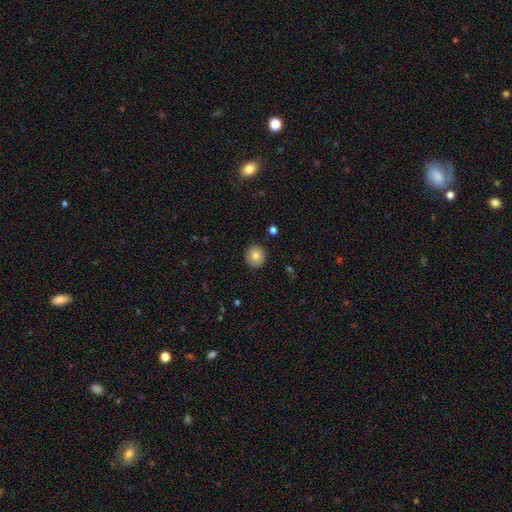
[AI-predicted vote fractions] A smooth galaxy with no disk features (82%) that is round (90%).

Vote fractions:
- Smooth or featured? smooth: 82% / featured or disk: 9% / star or artifact: 9%
- How rounded? round: 90% / in between: 9% / cigar-shaped: 1%
- Merging? none: 90% / minor disturbance: 7% / major disturbance: 2% / merger: 1%